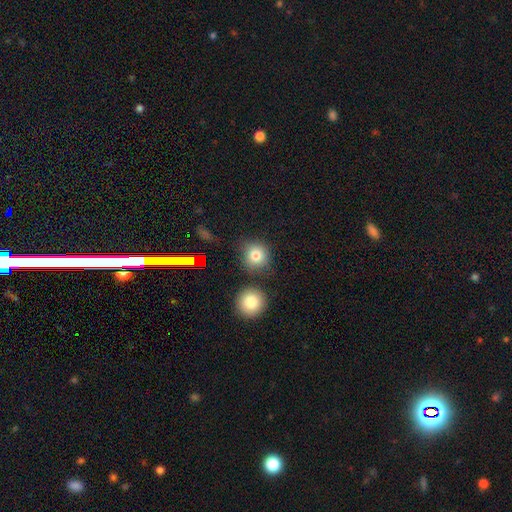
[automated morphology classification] The model was most divided on "smooth or featured": smooth: 79%, star or artifact: 14%, featured or disk: 8%. More confident: how rounded — round (90%); merging — none (76%).